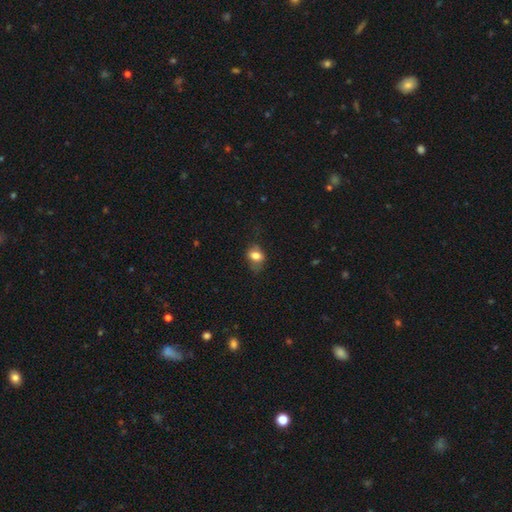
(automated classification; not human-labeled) Smooth or featured?
  - smooth: 77% *
  - featured or disk: 13%
  - star or artifact: 10%
How rounded?
  - in between: 62% *
  - round: 36%
  - cigar-shaped: 2%
Merging?
  - none: 57% *
  - minor disturbance: 28%
  - major disturbance: 13%
  - merger: 2%